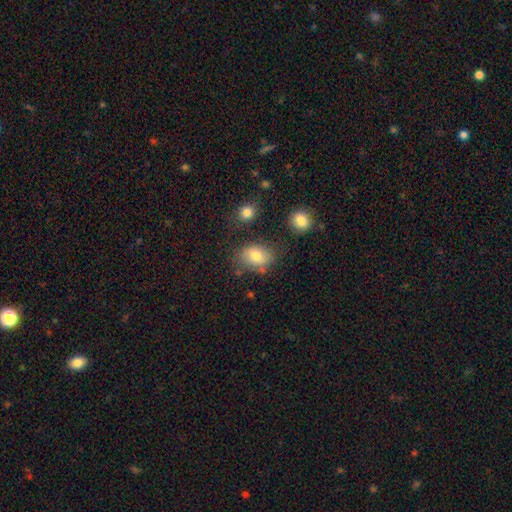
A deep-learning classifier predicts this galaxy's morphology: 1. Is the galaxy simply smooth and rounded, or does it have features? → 79% smooth, 11% featured or disk, 10% star or artifact.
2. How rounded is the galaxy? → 65% in between, 34% round, 1% cigar-shaped.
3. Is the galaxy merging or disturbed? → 68% none, 18% minor disturbance, 8% merger, 6% major disturbance.